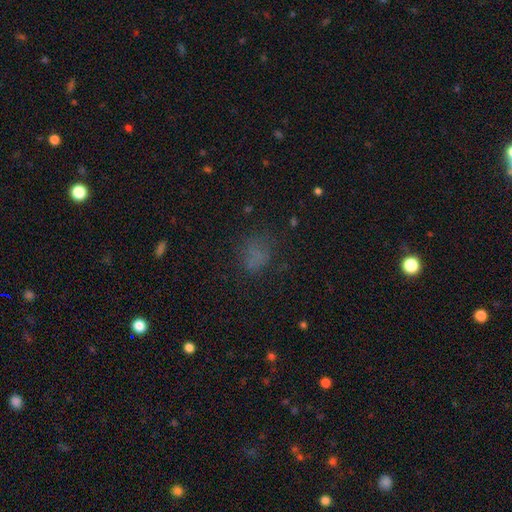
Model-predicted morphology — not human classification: A smooth galaxy with no disk features (62%) that is in between round and cigar-shaped (49%, tied with round). Merging: none (64%).